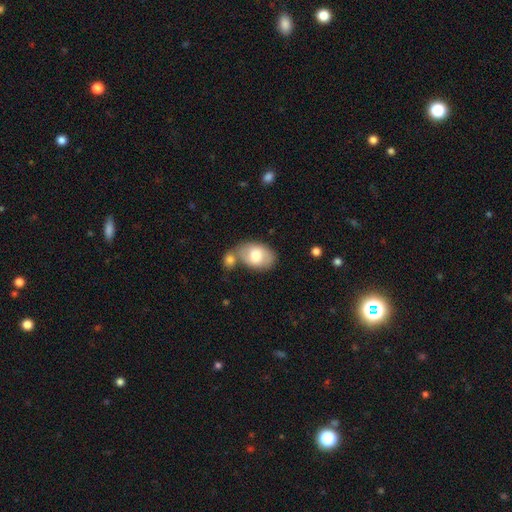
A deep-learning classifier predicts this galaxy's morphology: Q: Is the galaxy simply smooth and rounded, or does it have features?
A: smooth — 69%.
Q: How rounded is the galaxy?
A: in between — 86%.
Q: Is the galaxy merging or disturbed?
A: none — 46%.